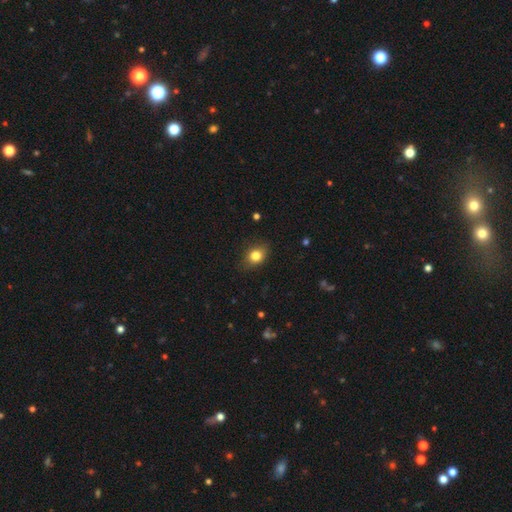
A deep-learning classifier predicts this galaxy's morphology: Overall: smooth (81%). How rounded: in between (53%; round 45%). Merging: none (81%).